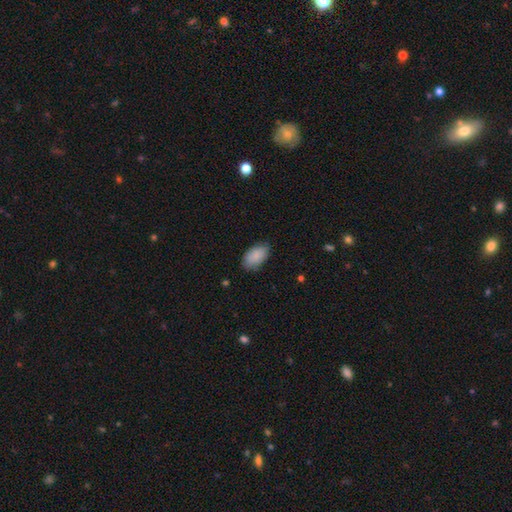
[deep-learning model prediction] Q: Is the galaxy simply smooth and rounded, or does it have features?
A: smooth — 88%.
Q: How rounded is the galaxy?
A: in between — 94%.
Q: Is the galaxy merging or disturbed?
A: none — 79%.